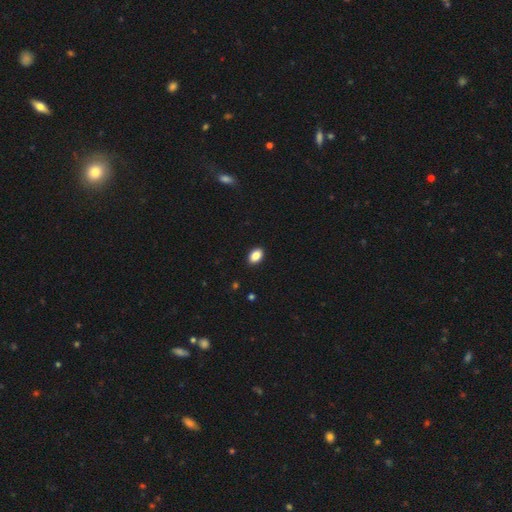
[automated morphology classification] type=smooth (87%); roundness=in between (87%); merging=none (91%).